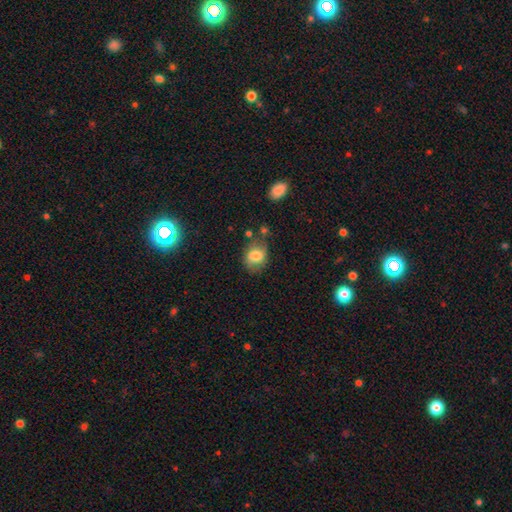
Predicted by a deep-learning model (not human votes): smooth-or-featured: smooth: 76% | featured or disk: 15% | star or artifact: 9%
  how-rounded: in between: 55% | round: 44% | cigar-shaped: 1%
  merging: none: 64% | minor disturbance: 23% | major disturbance: 7% | merger: 5%